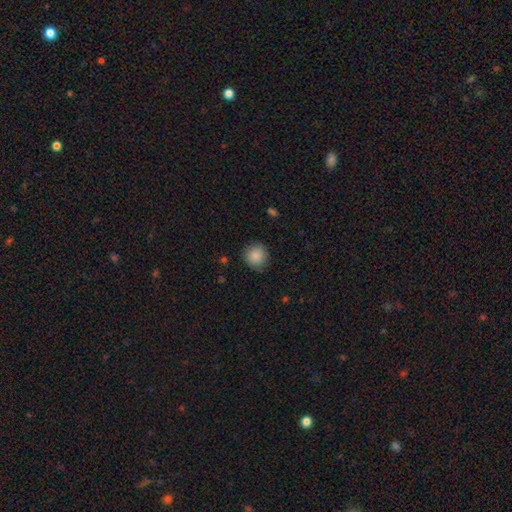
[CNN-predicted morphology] Smooth or featured: smooth — 88% (star or artifact — 8%)
How rounded: round — 91% (in between — 8%)
Merging: none — 85% (minor disturbance — 11%)